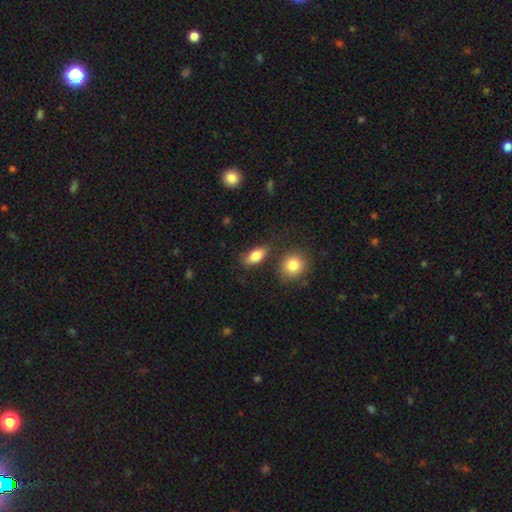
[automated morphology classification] Q: Smooth or featured?
A: smooth (83%); runner-up: featured or disk (9%)
Q: How rounded?
A: in between (84%); runner-up: cigar-shaped (9%)
Q: Merging?
A: none (76%); runner-up: minor disturbance (14%)